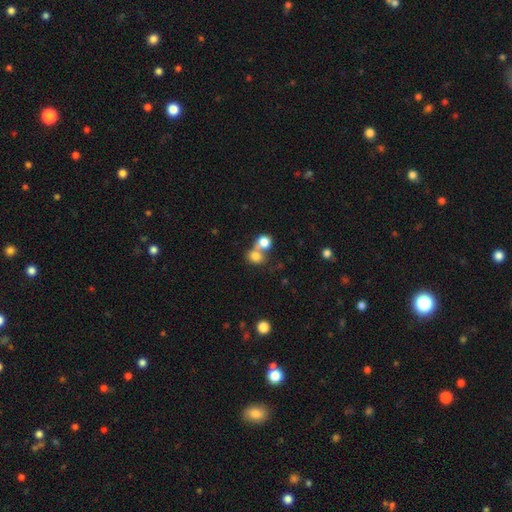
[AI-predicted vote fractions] Smooth or featured? smooth (77%)
How rounded? round (69%)
Merging? merger (56%)